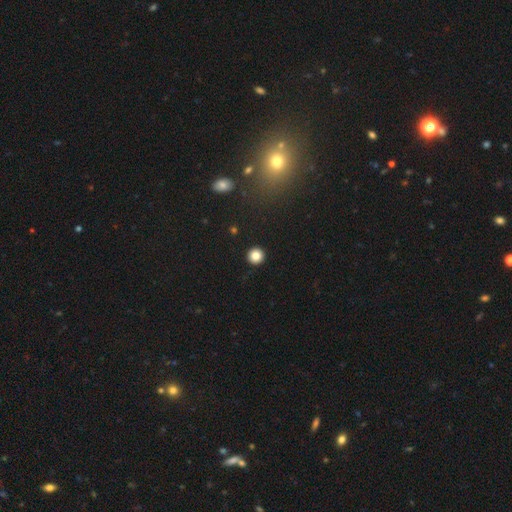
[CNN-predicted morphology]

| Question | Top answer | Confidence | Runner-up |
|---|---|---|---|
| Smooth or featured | smooth | 84% | star or artifact (11%) |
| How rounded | round | 96% | in between (3%) |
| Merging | none | 94% | minor disturbance (4%) |